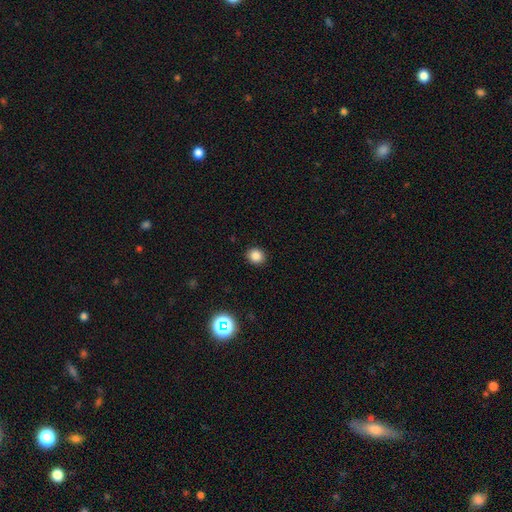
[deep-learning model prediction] This appears to be a smooth galaxy with no disk features (85%) that is round (73%). Merging: none (91%).